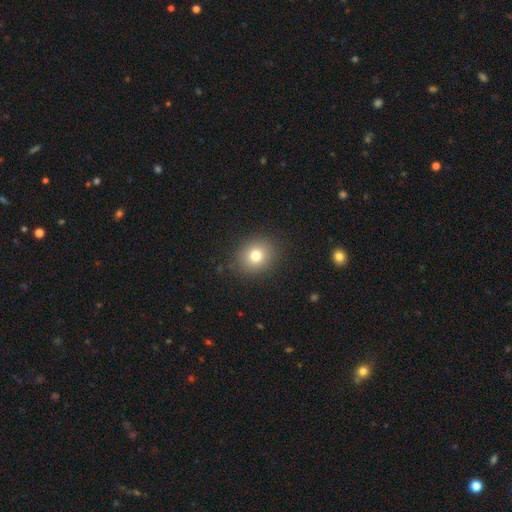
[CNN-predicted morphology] smooth 77%, star or artifact 12%, featured or disk 10%. Down the decision tree: how rounded — round (73%); merging — none (87%).